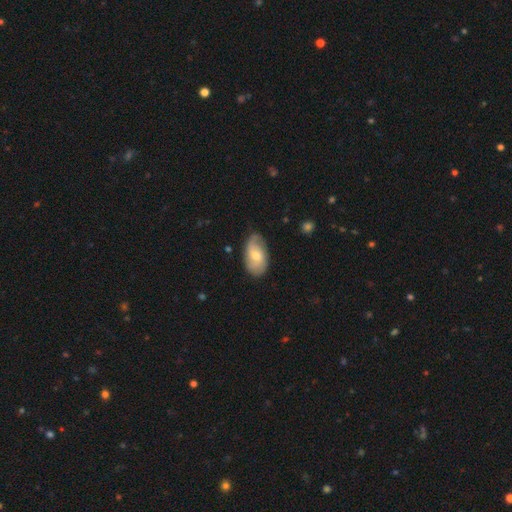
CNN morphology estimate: Smooth or featured?
  - smooth: 48% *
  - featured or disk: 46%
  - star or artifact: 6%
Merging?
  - none: 71% *
  - minor disturbance: 23%
  - major disturbance: 5%
  - merger: 1%